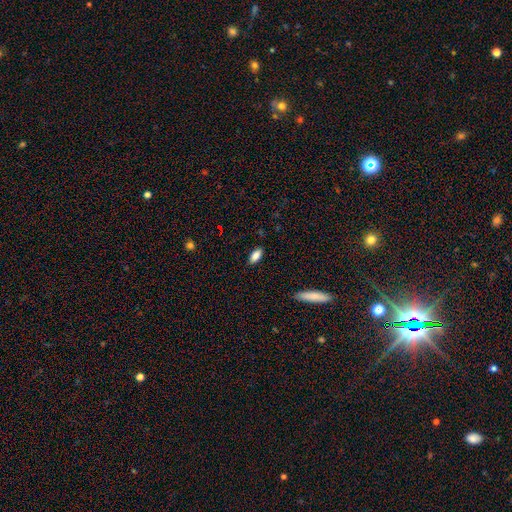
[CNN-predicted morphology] The model was most divided on "how rounded": in between: 84%, cigar-shaped: 13%, round: 3%. More confident: merging — none (86%); smooth or featured — smooth (85%).